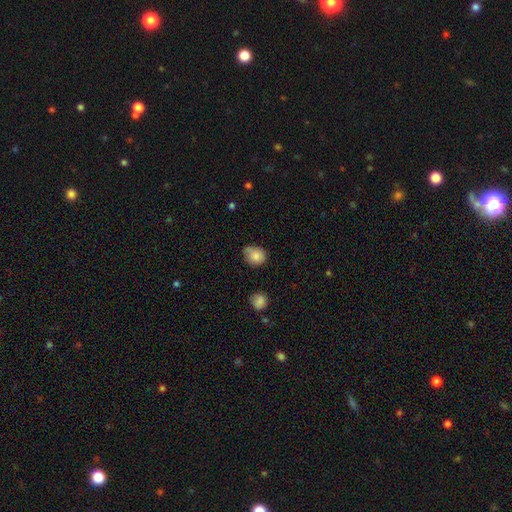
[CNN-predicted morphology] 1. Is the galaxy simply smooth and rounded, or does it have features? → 83% smooth, 9% star or artifact, 8% featured or disk.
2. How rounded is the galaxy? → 59% round, 40% in between, 1% cigar-shaped.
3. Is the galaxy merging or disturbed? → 50% none, 38% minor disturbance, 8% major disturbance, 3% merger.